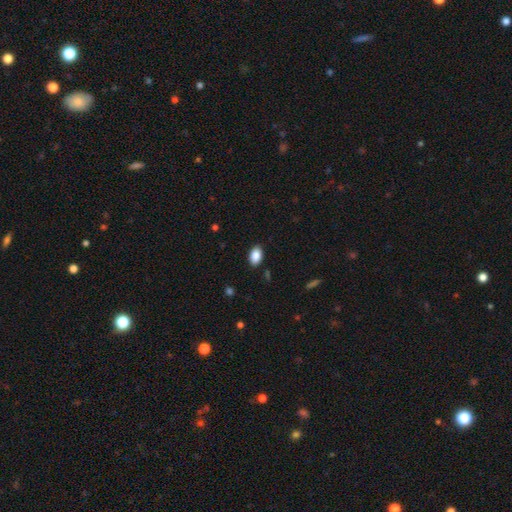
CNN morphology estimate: A smooth galaxy with no disk features (88%) that is in between round and cigar-shaped (90%).

Vote fractions:
- Smooth or featured? smooth: 88% / star or artifact: 7% / featured or disk: 4%
- How rounded? in between: 90% / round: 9% / cigar-shaped: 1%
- Merging? none: 88% / minor disturbance: 9% / major disturbance: 2% / merger: 1%